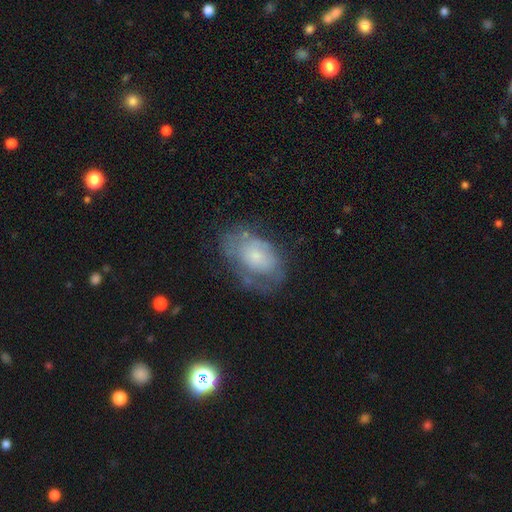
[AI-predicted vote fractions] featured or disk 47%, smooth 44%, star or artifact 9%. Down the decision tree: merging — none (51%).